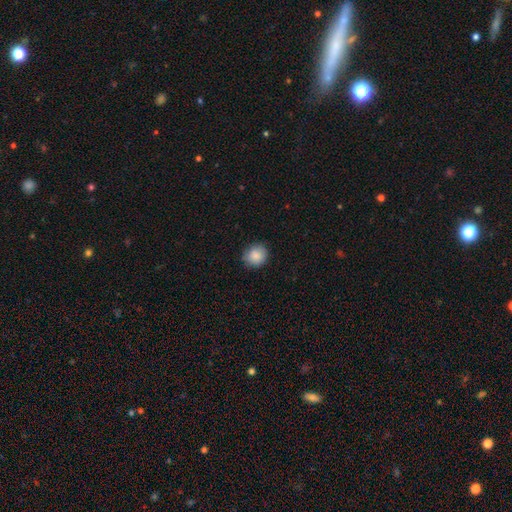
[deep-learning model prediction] Smooth or featured: smooth — 88% (star or artifact — 8%)
How rounded: round — 84% (in between — 15%)
Merging: none — 85% (minor disturbance — 12%)